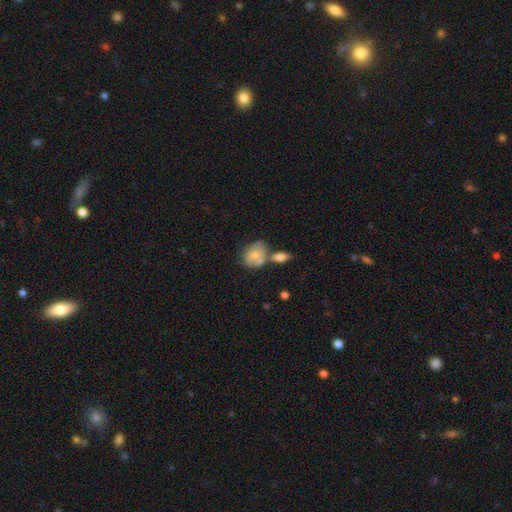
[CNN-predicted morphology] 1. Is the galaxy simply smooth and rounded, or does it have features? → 69% smooth, 25% featured or disk, 7% star or artifact.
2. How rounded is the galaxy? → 63% in between, 36% round, 1% cigar-shaped.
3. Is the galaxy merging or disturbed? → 42% merger, 34% none, 17% minor disturbance, 7% major disturbance.